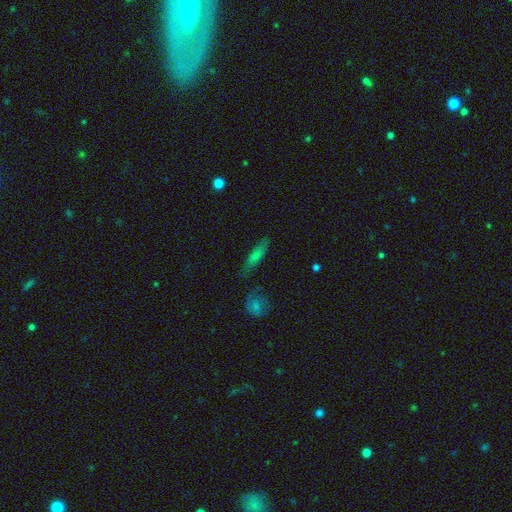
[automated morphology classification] This is likely a smooth galaxy (68%). How rounded: likely cigar-shaped (70%). Merging: likely none (74%).